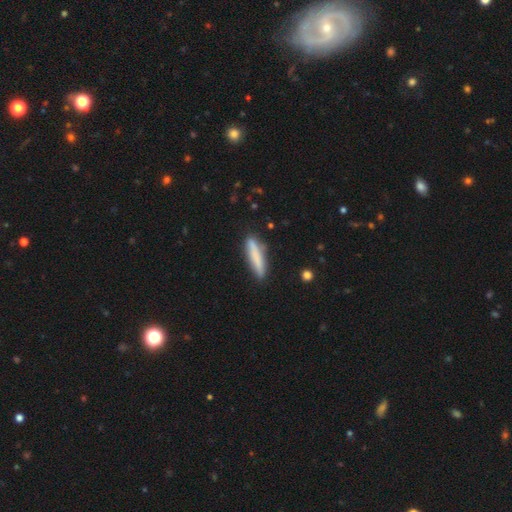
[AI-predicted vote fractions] Smooth or featured: smooth — 77% (featured or disk — 17%)
How rounded: cigar-shaped — 86% (in between — 13%)
Merging: none — 82% (minor disturbance — 13%)